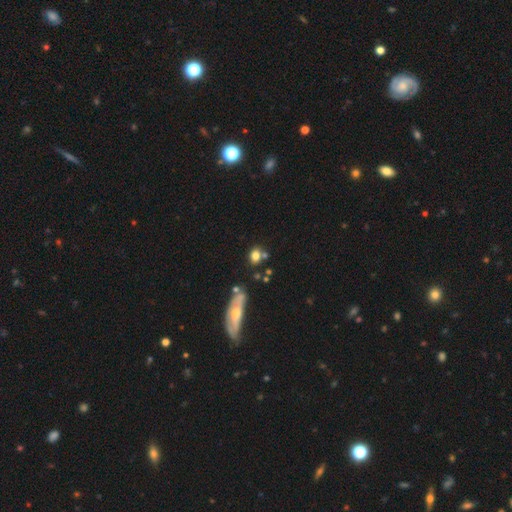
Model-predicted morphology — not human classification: smooth 77%, star or artifact 12%, featured or disk 11%. Down the decision tree: how rounded — round (55%); merging — none (62%).